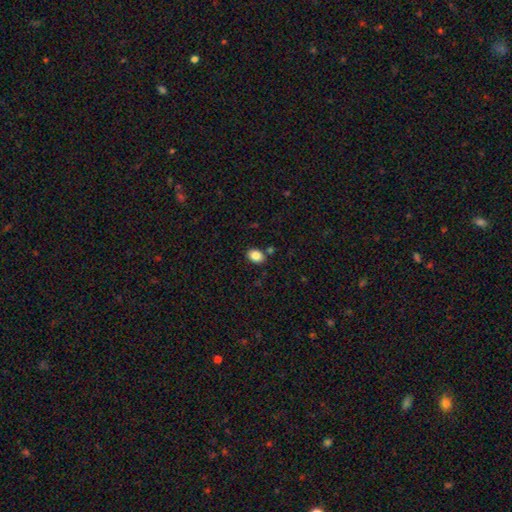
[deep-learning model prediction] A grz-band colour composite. It shows a smooth galaxy with no disk features (85%) that is in between round and cigar-shaped (69%). Merging: none (83%).